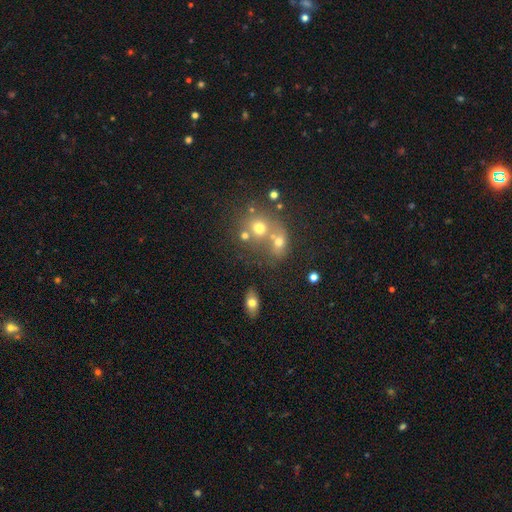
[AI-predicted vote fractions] smooth 48%, star or artifact 30%, featured or disk 22%. Down the decision tree: merging — merger (58%).